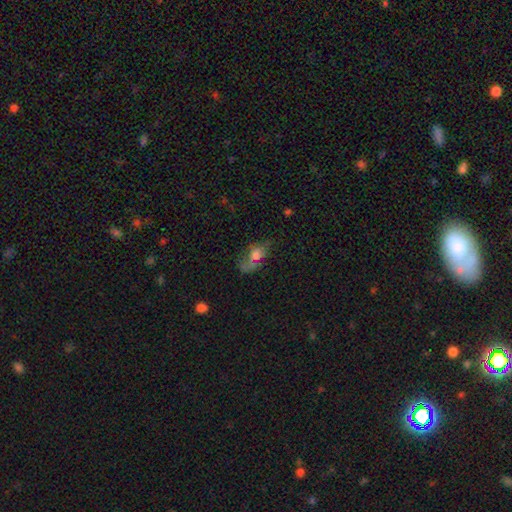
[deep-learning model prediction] smooth 57%, featured or disk 27%, star or artifact 16%. Down the decision tree: how rounded — in between (77%); merging — none (34%).